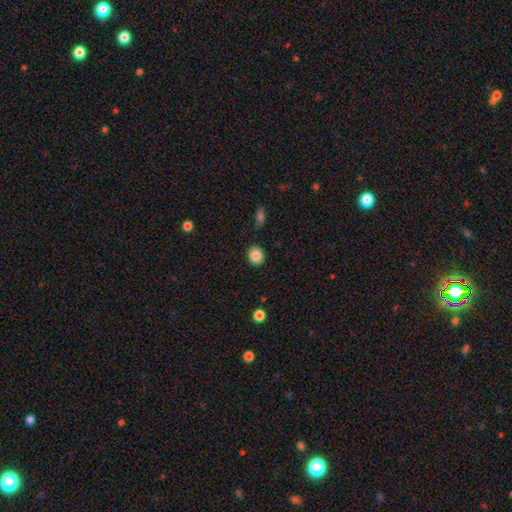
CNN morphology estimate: Overall: smooth (85%). How rounded: round (70%). Merging: none (88%).